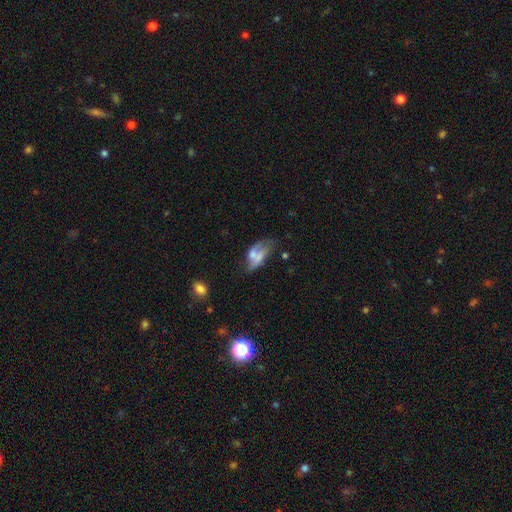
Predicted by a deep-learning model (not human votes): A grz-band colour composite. It shows a featured or disk galaxy (46%). Merging: merger (30%).